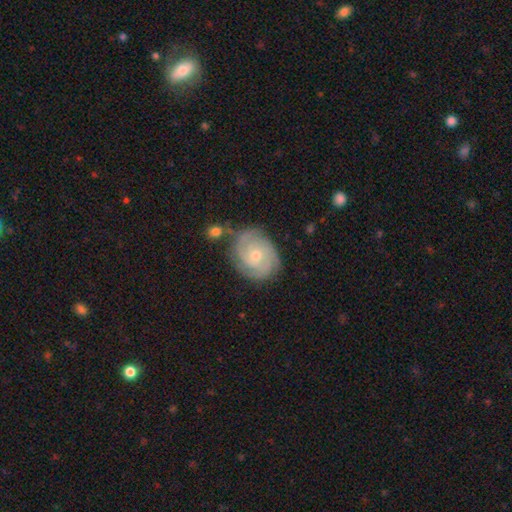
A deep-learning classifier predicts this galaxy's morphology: smooth-or-featured: featured or disk: 78% | smooth: 15% | star or artifact: 6%
  disk-edge-on: no: 97% | yes: 3%
    bar: no: 75% | weak: 22% | strong: 4%
    has-spiral-arms: yes: 94% | no: 6%
      spiral-winding: tight: 71% | medium: 23% | loose: 5%
      spiral-arm-count: 3: 32% | can't tell: 25% | 2: 20% | 4: 13% | 1: 5% | more than 4: 5%
    bulge-size: small: 49% | moderate: 48% | large: 1% | none: 1% | dominant: 1%
  merging: none: 69% | minor disturbance: 19% | merger: 6% | major disturbance: 6%